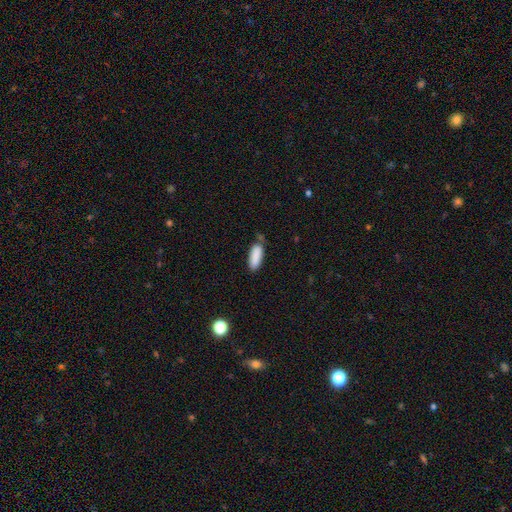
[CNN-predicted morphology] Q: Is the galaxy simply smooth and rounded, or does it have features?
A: smooth — 88%.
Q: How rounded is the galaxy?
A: in between — 67%.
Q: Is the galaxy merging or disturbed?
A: none — 67%.